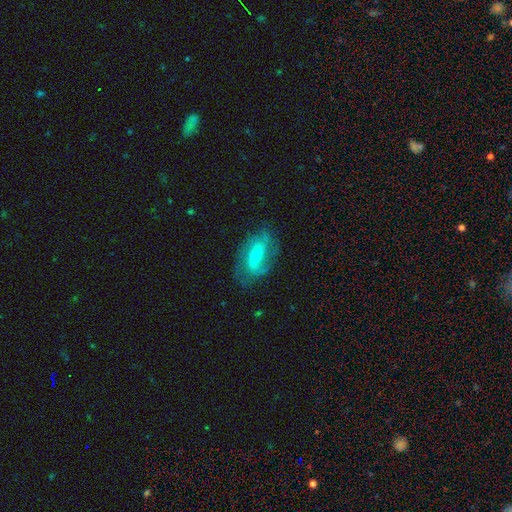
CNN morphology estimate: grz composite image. It shows a featured or disk galaxy (73%) with a weak bar (39%), 2 (63%) medium (43%) spiral arms (85%) and a small central bulge (57%). Merging: none (67%).